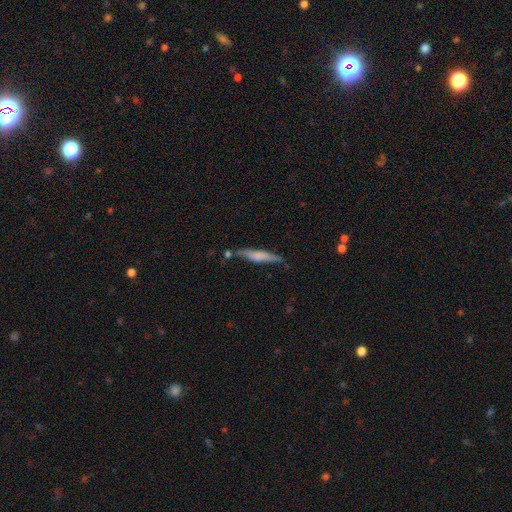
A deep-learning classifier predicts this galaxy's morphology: smooth-or-featured: featured or disk: 50% | smooth: 40% | star or artifact: 10%
  disk-edge-on: yes: 91% | no: 9%
  merging: none: 75% | minor disturbance: 17% | merger: 4% | major disturbance: 4%